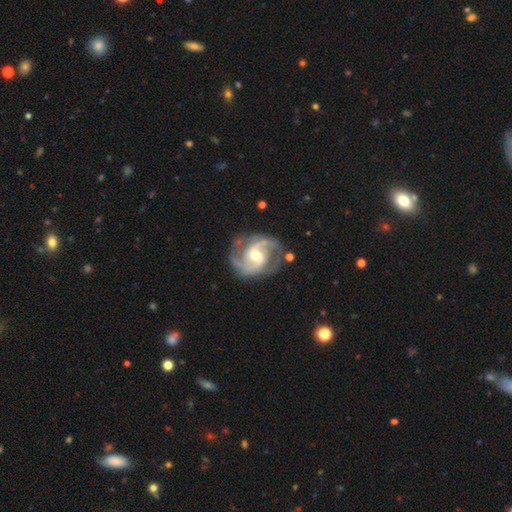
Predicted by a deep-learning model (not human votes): Smooth or featured?
  - featured or disk: 91% *
  - smooth: 4%
  - star or artifact: 4%
Edge-on disk?
  - no: 98% *
  - yes: 2%
Bar?
  - weak: 47% *
  - no: 36%
  - strong: 17%
Spiral arms?
  - yes: 98% *
  - no: 2%
Spiral winding?
  - medium: 60% *
  - tight: 22%
  - loose: 18%
Spiral arm count?
  - 2: 85% *
  - 3: 7%
  - can't tell: 3%
  - 1: 2%
  - 4: 2%
  - more than 4: 2%
Bulge size?
  - moderate: 59% *
  - small: 35%
  - large: 4%
  - none: 1%
  - dominant: 1%
Merging?
  - none: 75% *
  - minor disturbance: 16%
  - major disturbance: 7%
  - merger: 2%